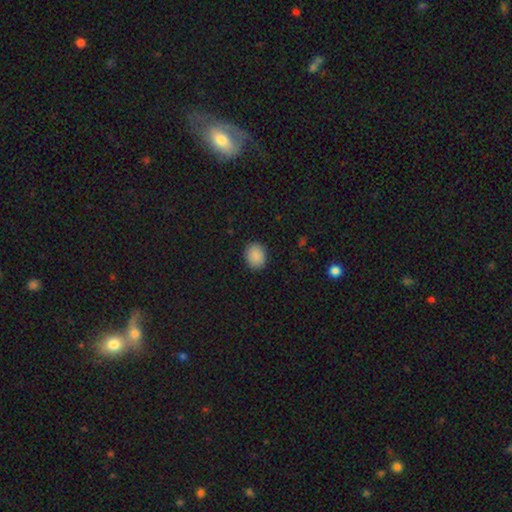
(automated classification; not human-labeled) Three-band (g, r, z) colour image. It shows a smooth galaxy with no disk features (89%) that is round (57%). Merging: none (89%).